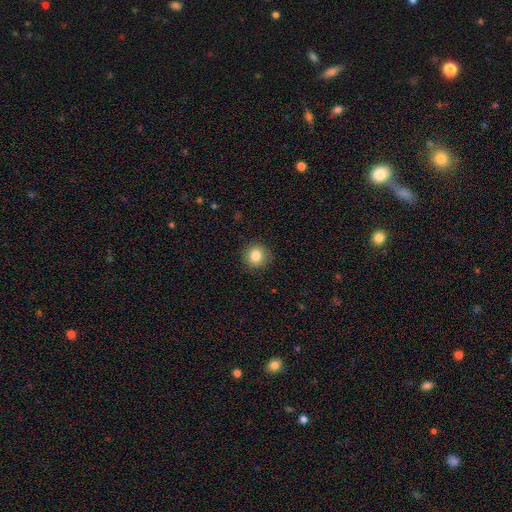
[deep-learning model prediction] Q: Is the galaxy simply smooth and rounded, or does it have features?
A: smooth — 83%.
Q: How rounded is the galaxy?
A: round — 91%.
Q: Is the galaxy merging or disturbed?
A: none — 89%.